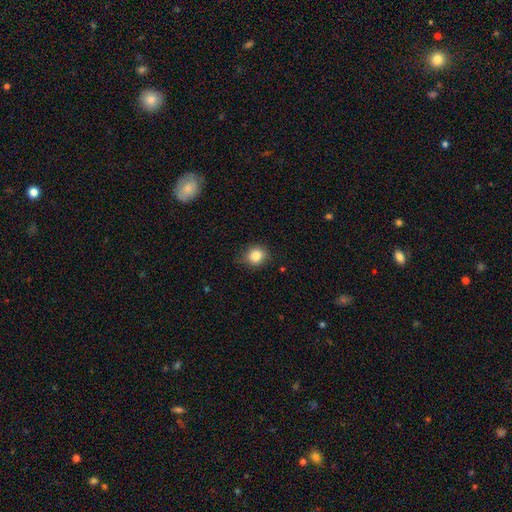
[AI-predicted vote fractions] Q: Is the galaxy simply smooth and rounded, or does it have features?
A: smooth — 84%.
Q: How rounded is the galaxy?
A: round — 80%.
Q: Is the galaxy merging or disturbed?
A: none — 77%.